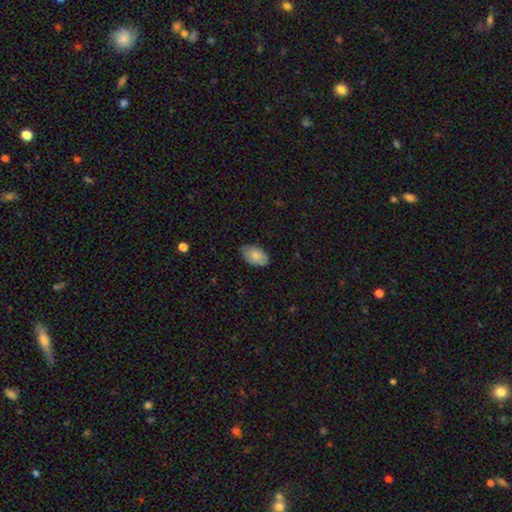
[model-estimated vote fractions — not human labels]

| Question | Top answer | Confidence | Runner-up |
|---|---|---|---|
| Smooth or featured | smooth | 83% | featured or disk (11%) |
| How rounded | in between | 93% | round (6%) |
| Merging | none | 78% | minor disturbance (18%) |